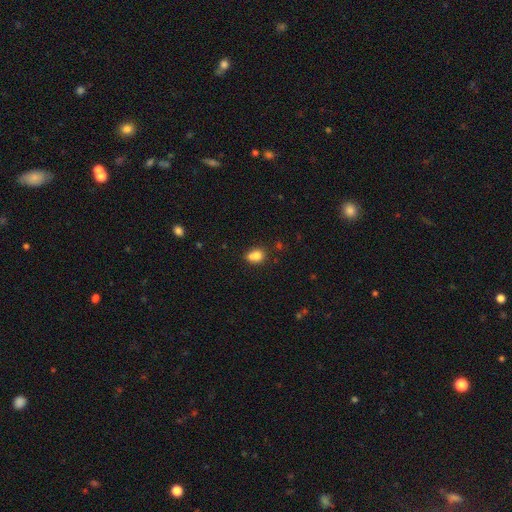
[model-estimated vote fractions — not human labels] smooth_or_featured: smooth (p=0.76) [alt: featured or disk p=0.13]
how_rounded: round (p=0.62) [alt: in between p=0.37]
merging: merger (p=0.43) [alt: none p=0.39]